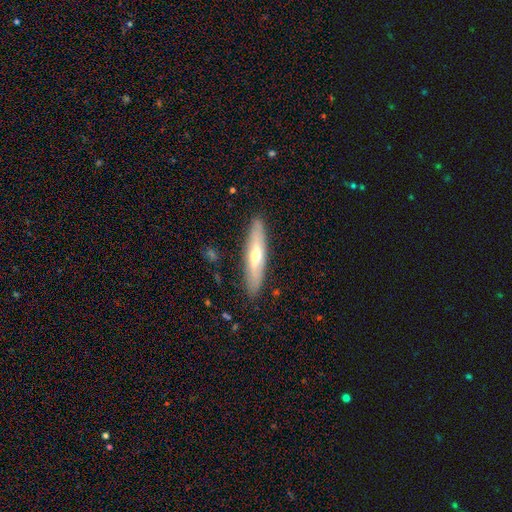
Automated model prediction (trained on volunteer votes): Smooth or featured? Predicted: featured or disk (p=0.49). Merging? Predicted: none (p=0.88).